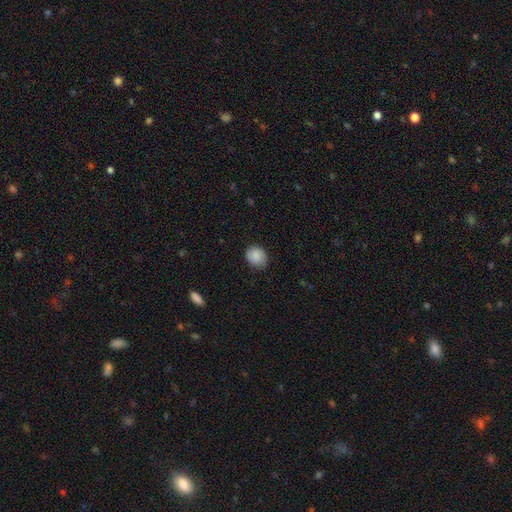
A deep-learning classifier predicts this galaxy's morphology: This appears to be a smooth galaxy with no disk features (85%) that is round (67%). Merging: none (79%).